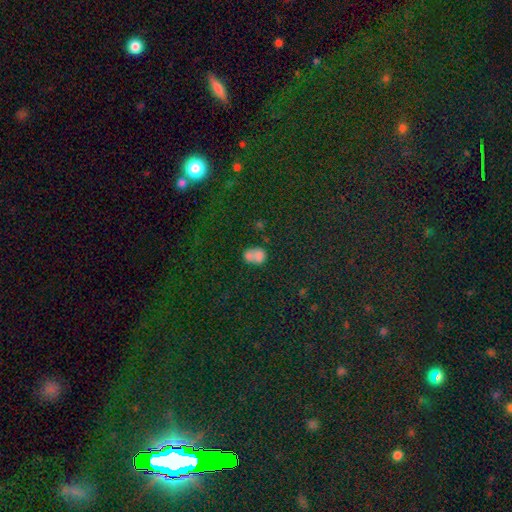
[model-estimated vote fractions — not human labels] smooth 73%, star or artifact 15%, featured or disk 12%. Down the decision tree: how rounded — in between (58%); merging — merger (43%).